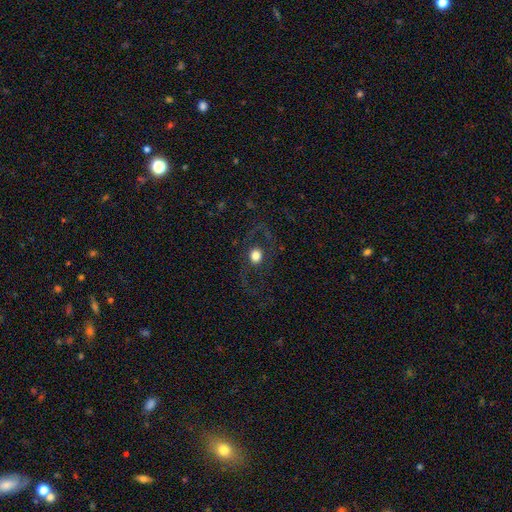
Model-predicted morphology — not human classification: A smooth galaxy with no disk features (49%).

Vote fractions:
- Smooth or featured? smooth: 49% / featured or disk: 39% / star or artifact: 11%
- Merging? none: 76% / major disturbance: 12% / minor disturbance: 11% / merger: 1%